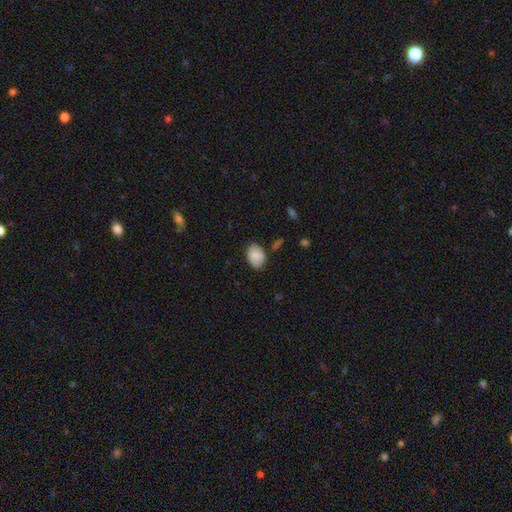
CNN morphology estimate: Q: Smooth or featured?
A: smooth (85%); runner-up: featured or disk (8%)
Q: How rounded?
A: in between (79%); runner-up: round (20%)
Q: Merging?
A: none (75%); runner-up: minor disturbance (19%)